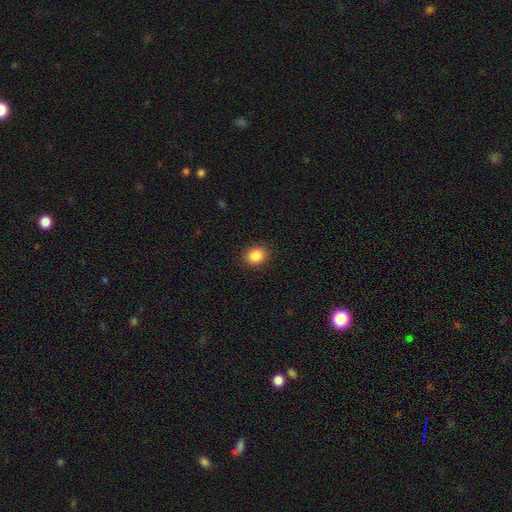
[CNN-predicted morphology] smooth-or-featured: smooth: 88% | star or artifact: 9% | featured or disk: 3%
  how-rounded: round: 63% | in between: 36% | cigar-shaped: 1%
  merging: none: 89% | minor disturbance: 8% | major disturbance: 2% | merger: 1%